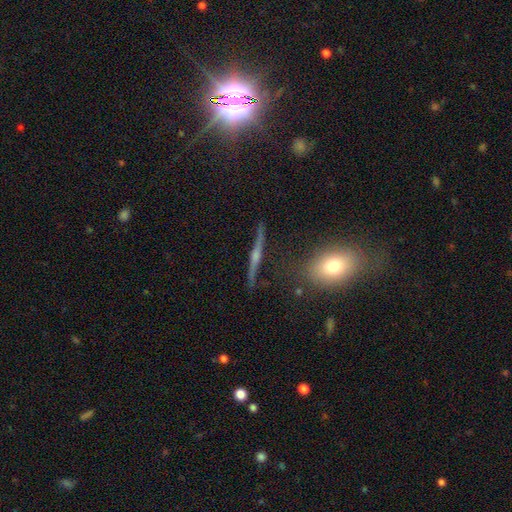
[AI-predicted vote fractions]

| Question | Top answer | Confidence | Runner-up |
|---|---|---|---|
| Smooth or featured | featured or disk | 78% | smooth (13%) |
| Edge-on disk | yes | 95% | no (5%) |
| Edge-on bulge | rounded | 82% | none (10%) |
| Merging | none | 84% | minor disturbance (11%) |